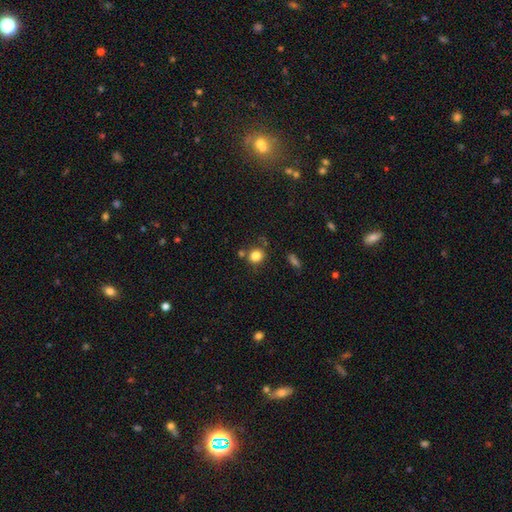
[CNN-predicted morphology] A smooth galaxy with no disk features (83%) that is round (81%). Merging: none (72%).